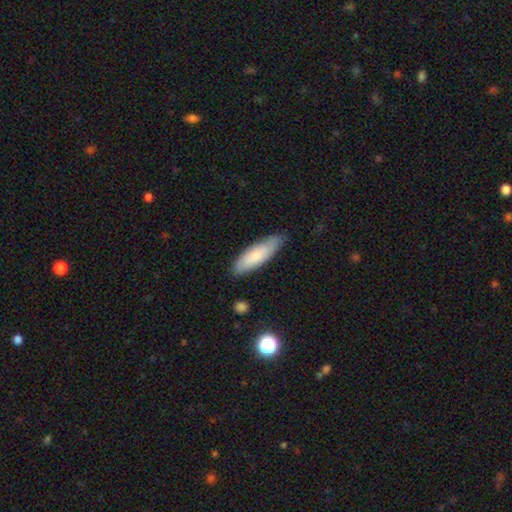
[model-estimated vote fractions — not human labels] Morphology: type=smooth (78%); roundness=cigar-shaped (52%); merging=none (79%).